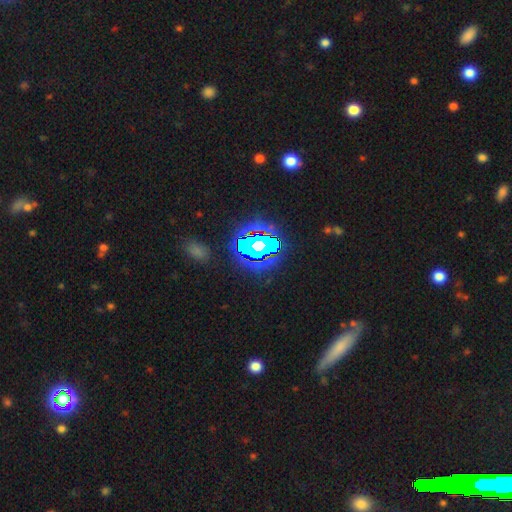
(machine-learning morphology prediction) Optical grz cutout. It shows a star or artifact, not a galaxy (73%).